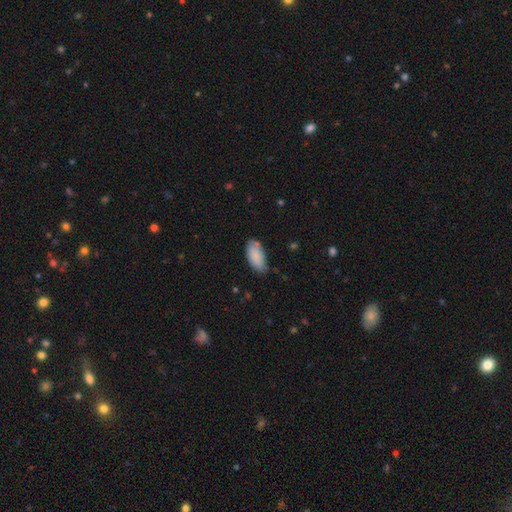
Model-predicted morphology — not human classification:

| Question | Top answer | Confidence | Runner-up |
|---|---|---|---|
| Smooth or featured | smooth | 87% | featured or disk (7%) |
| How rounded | in between | 93% | cigar-shaped (5%) |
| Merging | none | 74% | minor disturbance (20%) |